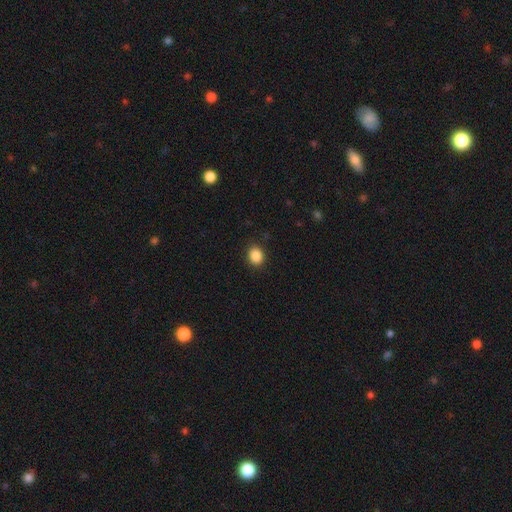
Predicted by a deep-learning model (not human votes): smooth-or-featured: smooth: 87% | star or artifact: 9% | featured or disk: 3%
  how-rounded: round: 63% | in between: 36% | cigar-shaped: 1%
  merging: none: 90% | minor disturbance: 7% | major disturbance: 2% | merger: 1%